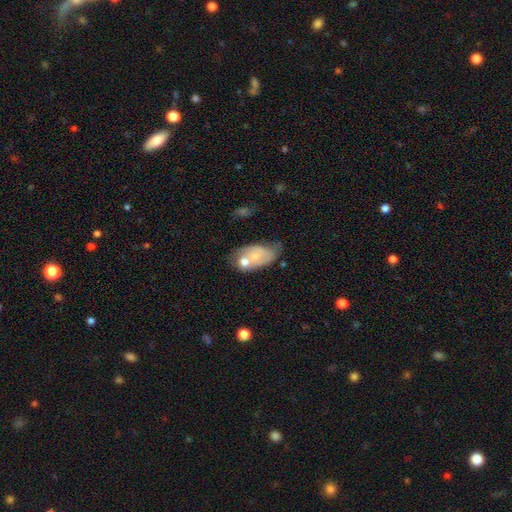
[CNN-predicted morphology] Overall: smooth (60%; featured or disk 32%). How rounded: in between (90%). Merging: none (37%; minor disturbance 28%).